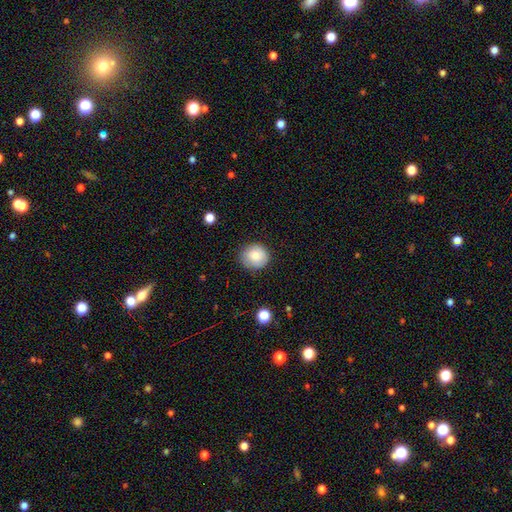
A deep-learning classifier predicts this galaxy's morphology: smooth 82%, featured or disk 10%, star or artifact 8%. Down the decision tree: how rounded — round (82%); merging — none (81%).